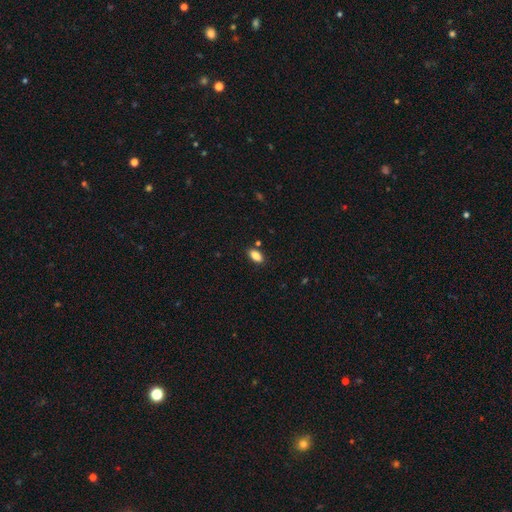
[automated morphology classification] A smooth galaxy with no disk features (87%) that is in between round and cigar-shaped (90%). Merging: none (85%).